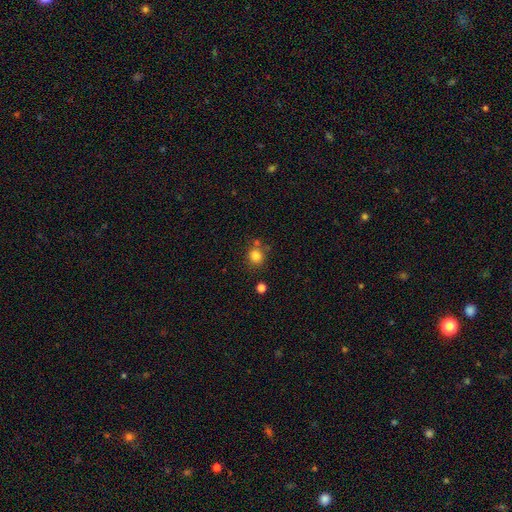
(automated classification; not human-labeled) smooth 82%, star or artifact 12%, featured or disk 6%. Down the decision tree: how rounded — round (83%); merging — none (72%).